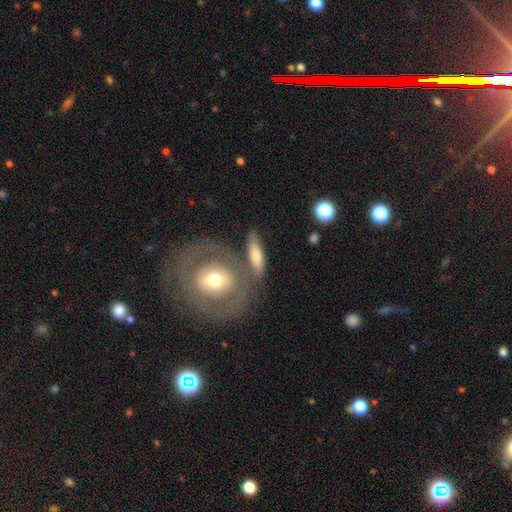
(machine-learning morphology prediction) This is possibly a smooth galaxy (52%). How rounded: possibly in between (46%). Merging: likely none (61%).